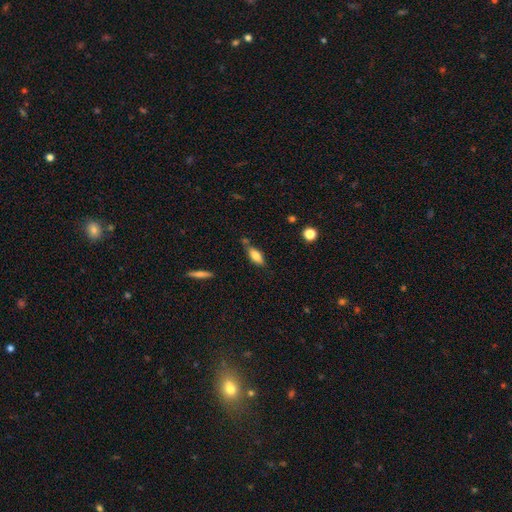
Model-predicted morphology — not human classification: Smooth or featured? smooth (75%)
How rounded? in between (71%)
Merging? none (68%)